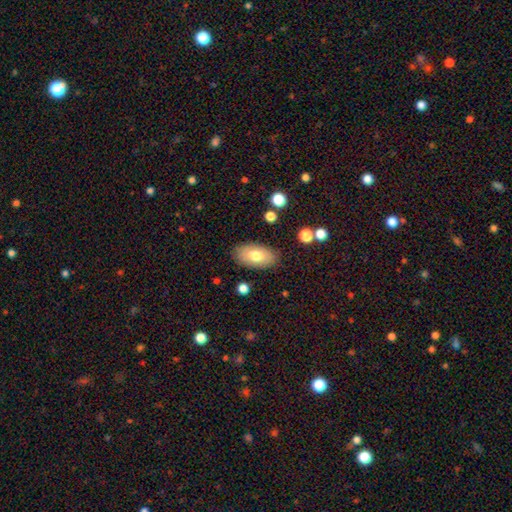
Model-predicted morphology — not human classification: A smooth galaxy with no disk features (73%) that is in between round and cigar-shaped (93%).

Vote fractions:
- Smooth or featured? smooth: 73% / featured or disk: 20% / star or artifact: 7%
- How rounded? in between: 93% / round: 4% / cigar-shaped: 2%
- Merging? none: 85% / minor disturbance: 11% / major disturbance: 3% / merger: 2%